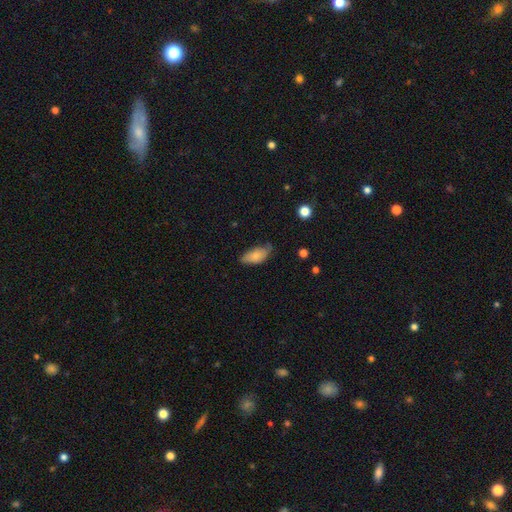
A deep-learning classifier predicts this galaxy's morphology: smooth_or_featured: smooth (p=0.79) [alt: featured or disk p=0.14]
how_rounded: in between (p=0.91) [alt: cigar-shaped p=0.07]
merging: none (p=0.56) [alt: minor disturbance p=0.36]